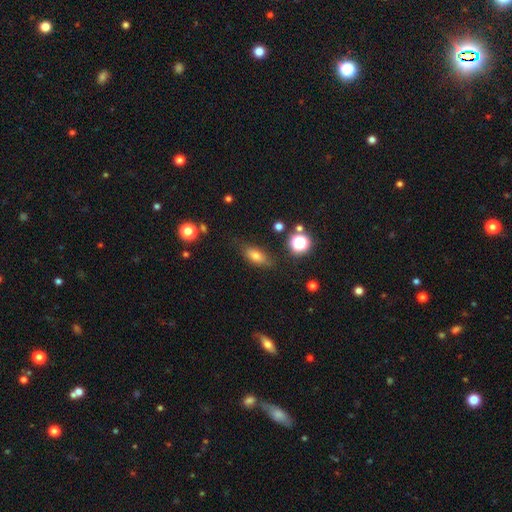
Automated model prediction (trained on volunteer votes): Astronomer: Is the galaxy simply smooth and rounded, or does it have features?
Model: smooth — 70%.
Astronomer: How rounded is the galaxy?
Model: in between — 76%.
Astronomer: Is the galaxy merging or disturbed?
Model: none — 75%.